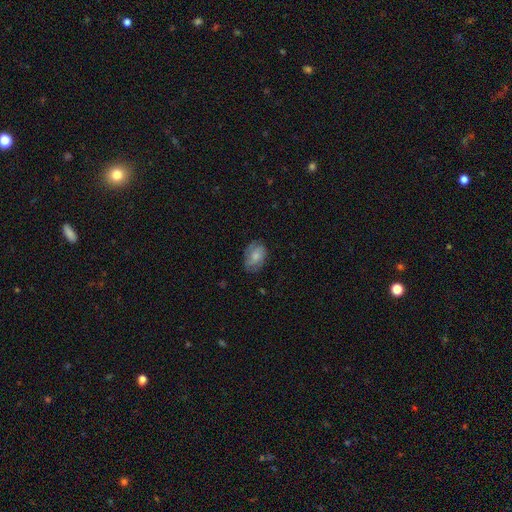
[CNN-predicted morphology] The model was most divided on "merging": none: 69%, minor disturbance: 23%, major disturbance: 7%, merger: 1%. More confident: how rounded — in between (82%); smooth or featured — smooth (69%).